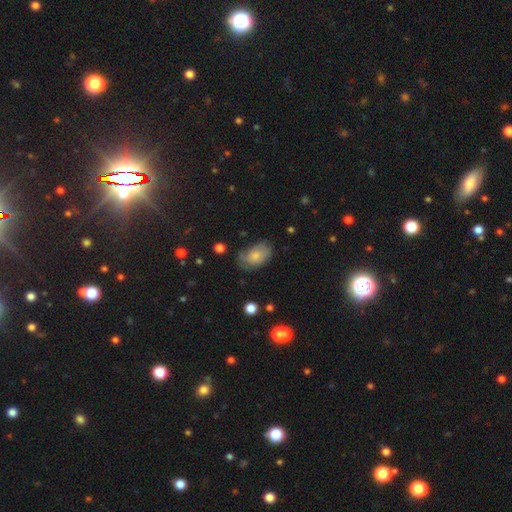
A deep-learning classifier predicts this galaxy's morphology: A smooth galaxy with no disk features (64%) that is in between round and cigar-shaped (86%).

Vote fractions:
- Smooth or featured? smooth: 64% / featured or disk: 28% / star or artifact: 8%
- How rounded? in between: 86% / round: 12% / cigar-shaped: 1%
- Merging? none: 56% / minor disturbance: 30% / major disturbance: 12% / merger: 2%